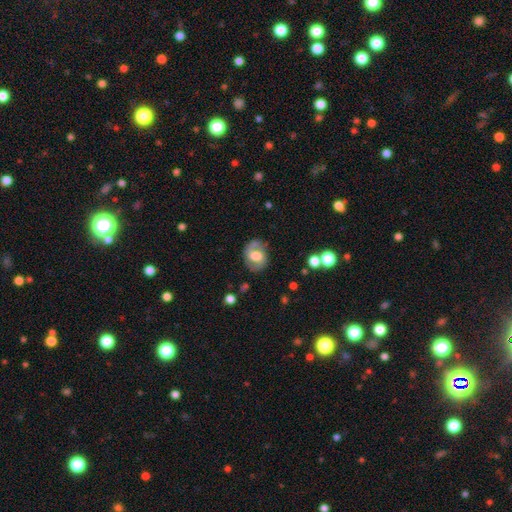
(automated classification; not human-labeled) This appears to be a featured or disk galaxy (58%) with no bar (45%), spiral arms (74%) and a large central bulge (43%). Merging: none (70%).